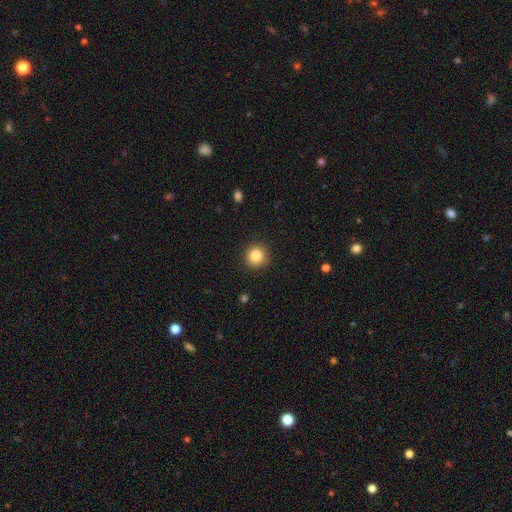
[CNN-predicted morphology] Smooth or featured: smooth — 86% (star or artifact — 10%)
How rounded: round — 91% (in between — 8%)
Merging: none — 89% (minor disturbance — 8%)